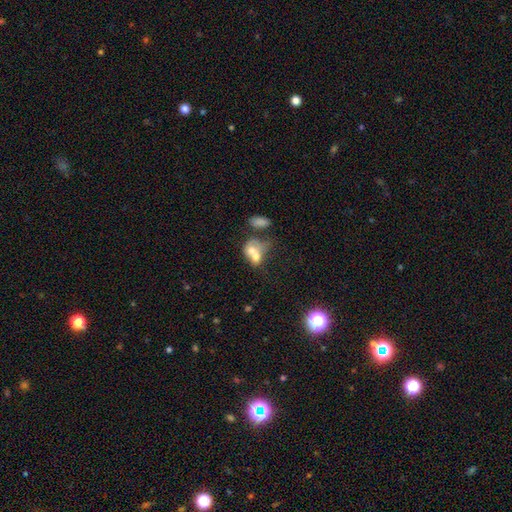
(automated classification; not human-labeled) Smooth or featured? Predicted: smooth (p=0.60). How rounded? Predicted: in between (p=0.59). Merging? Predicted: merger (p=0.70).